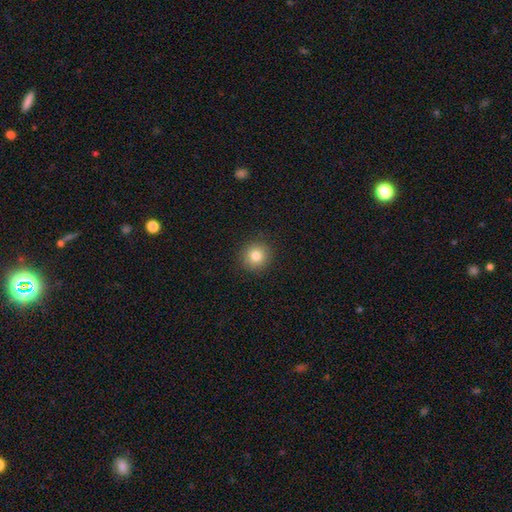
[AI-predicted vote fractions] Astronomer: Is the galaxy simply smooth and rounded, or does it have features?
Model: smooth — 81%.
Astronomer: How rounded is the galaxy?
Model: round — 93%.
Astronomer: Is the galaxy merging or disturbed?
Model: none — 91%.